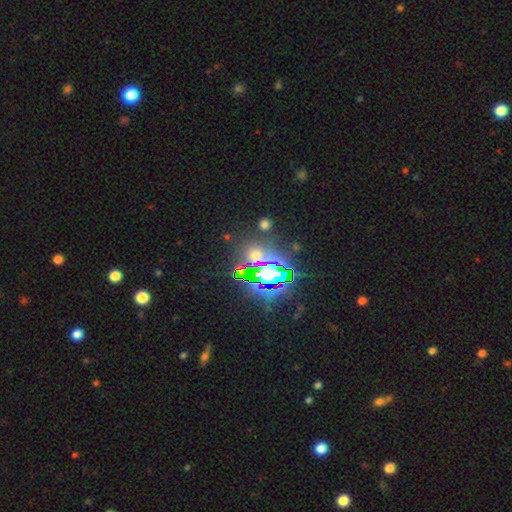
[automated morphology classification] Q: Smooth or featured?
A: star or artifact (64%); runner-up: smooth (29%)